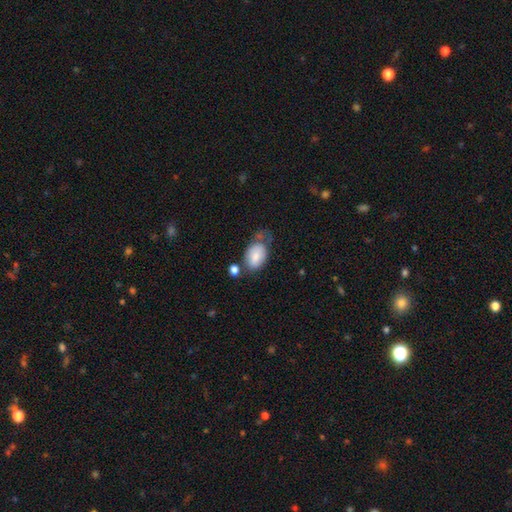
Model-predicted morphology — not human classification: Smooth or featured: smooth — 79% (featured or disk — 14%)
How rounded: in between — 86% (round — 13%)
Merging: none — 44% (minor disturbance — 27%)